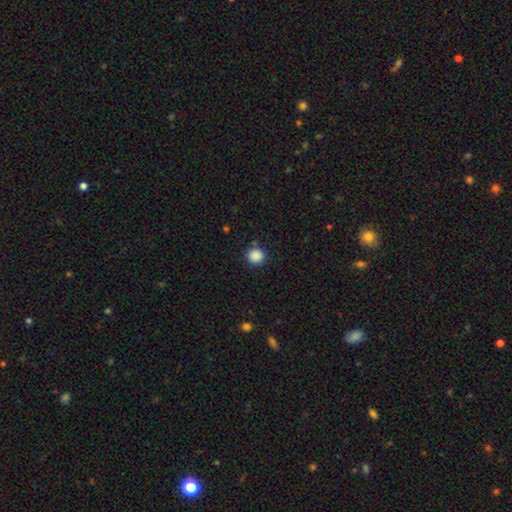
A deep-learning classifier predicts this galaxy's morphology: smooth-or-featured: smooth: 88% | star or artifact: 10% | featured or disk: 2%
  how-rounded: round: 93% | in between: 6% | cigar-shaped: 1%
  merging: none: 88% | minor disturbance: 7% | major disturbance: 2% | merger: 2%